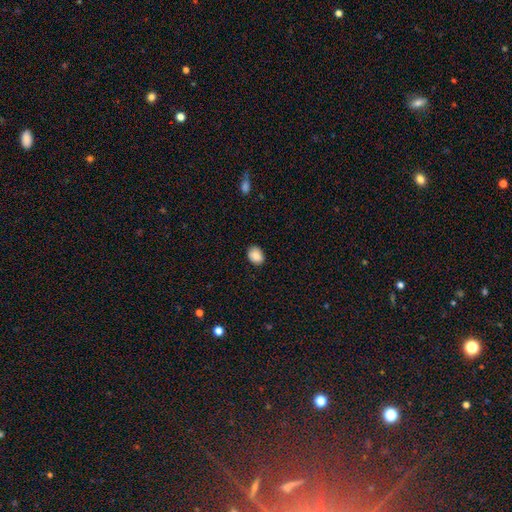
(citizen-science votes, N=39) A smooth galaxy with no disk features (90%) that is in between round and cigar-shaped (74%). Merging: none (97%).